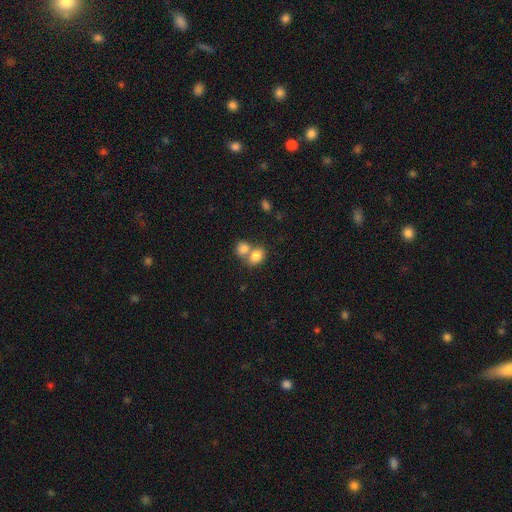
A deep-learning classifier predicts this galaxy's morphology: Overall: smooth (81%). How rounded: in between (61%; round 37%). Merging: merger (53%; none 35%).